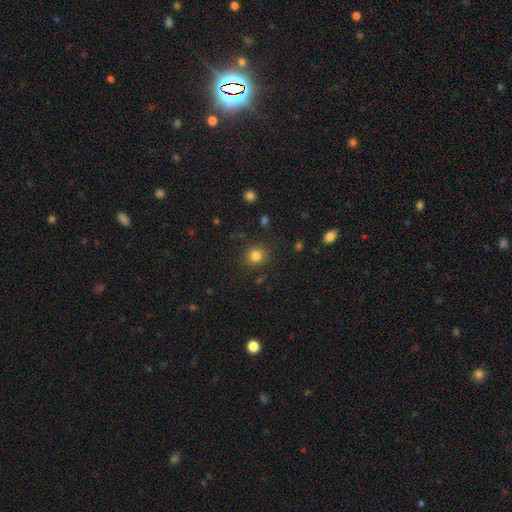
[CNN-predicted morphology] smooth-or-featured: smooth: 82% | star or artifact: 12% | featured or disk: 6%
  how-rounded: round: 88% | in between: 11% | cigar-shaped: 1%
  merging: none: 87% | minor disturbance: 8% | major disturbance: 3% | merger: 2%